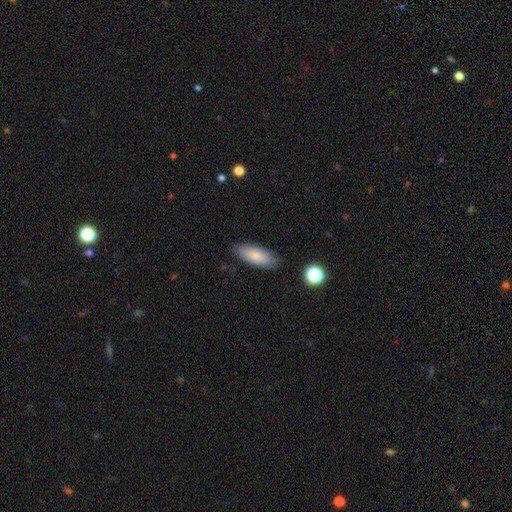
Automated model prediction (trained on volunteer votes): smooth 84%, featured or disk 9%, star or artifact 7%. Down the decision tree: how rounded — in between (76%); merging — none (84%).